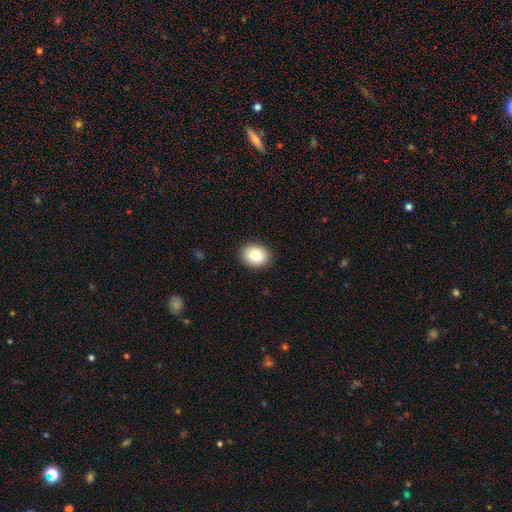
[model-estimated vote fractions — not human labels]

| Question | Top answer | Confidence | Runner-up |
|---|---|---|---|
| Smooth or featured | smooth | 85% | star or artifact (8%) |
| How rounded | in between | 57% | round (42%) |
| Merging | none | 90% | minor disturbance (8%) |